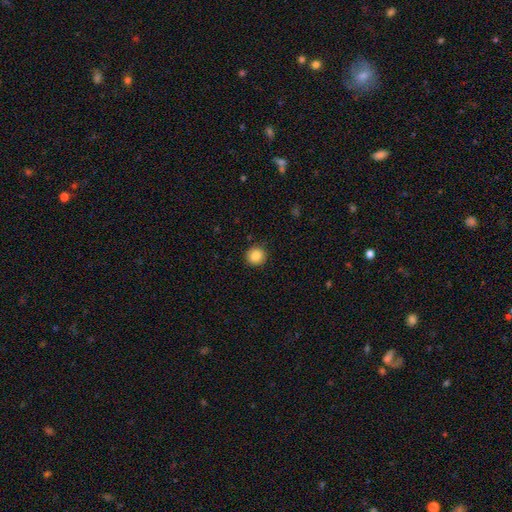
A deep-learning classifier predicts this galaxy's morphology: A smooth galaxy with no disk features (86%) that is round (91%). Merging: none (89%).